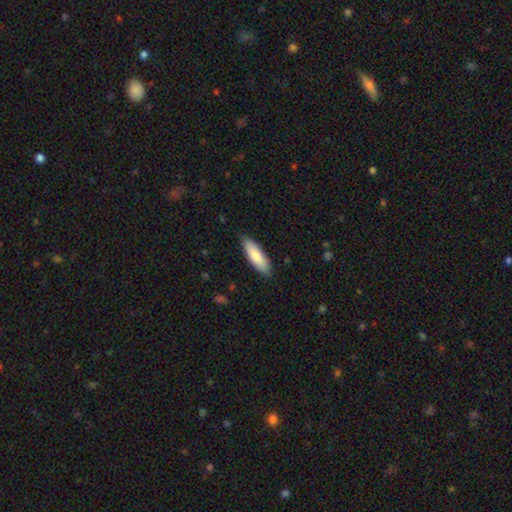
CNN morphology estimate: Smooth or featured?
  - smooth: 82% *
  - featured or disk: 13%
  - star or artifact: 5%
How rounded?
  - in between: 53% *
  - cigar-shaped: 46%
  - round: 1%
Merging?
  - none: 87% *
  - minor disturbance: 10%
  - major disturbance: 2%
  - merger: 1%